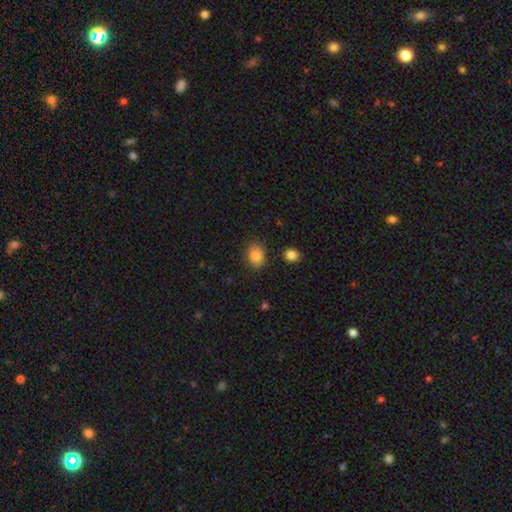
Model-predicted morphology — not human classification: Smooth or featured? Predicted: smooth (p=0.86). How rounded? Predicted: in between (p=0.53). Merging? Predicted: none (p=0.79).